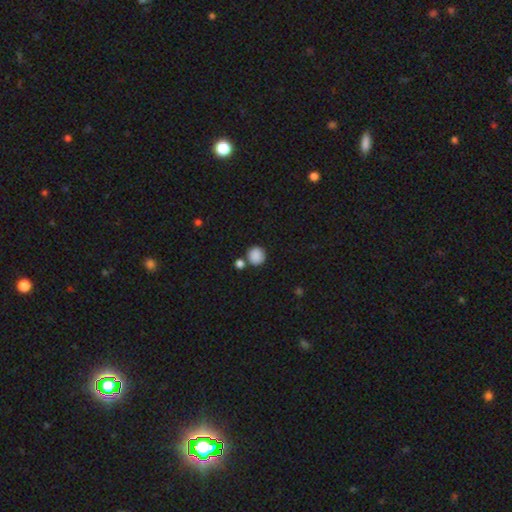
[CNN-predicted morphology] This appears to be a smooth galaxy with no disk features (88%) that is round (91%). Merging: none (74%).